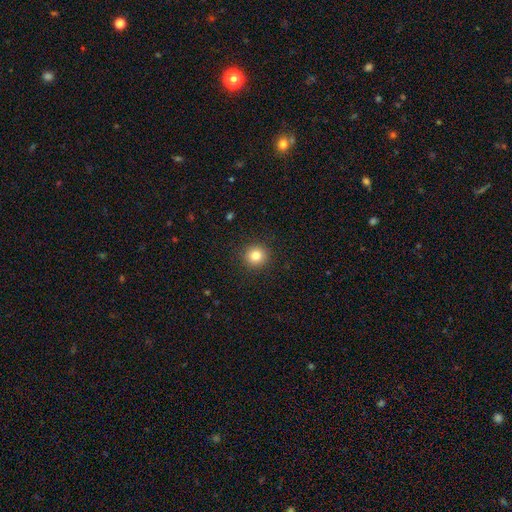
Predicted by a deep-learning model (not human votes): Smooth or featured? Predicted: smooth (p=0.82). How rounded? Predicted: round (p=0.93). Merging? Predicted: none (p=0.92).